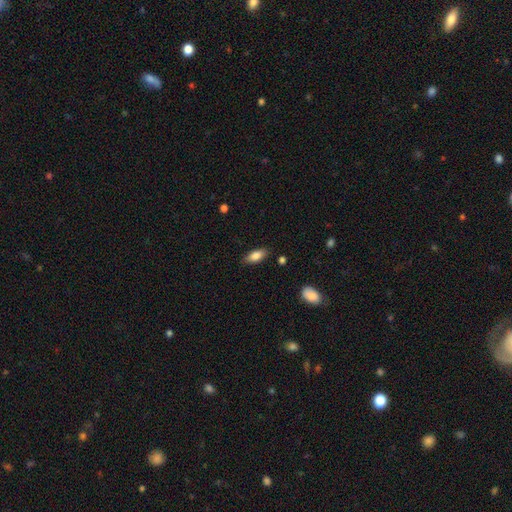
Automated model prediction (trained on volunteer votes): Smooth or featured? Predicted: smooth (p=0.83). How rounded? Predicted: in between (p=0.83). Merging? Predicted: none (p=0.84).